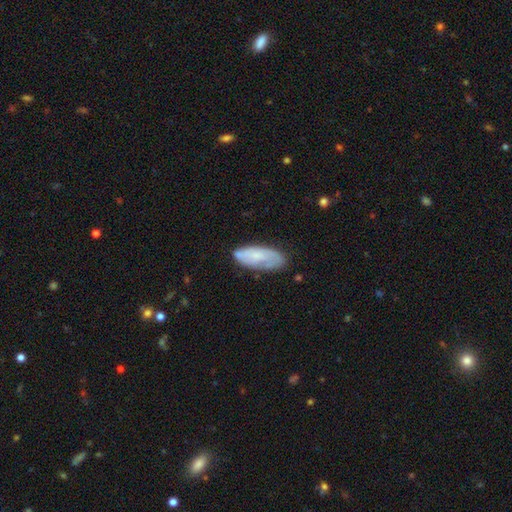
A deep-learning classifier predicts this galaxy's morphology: A smooth galaxy with no disk features (57%) that is in between round and cigar-shaped (78%).

Vote fractions:
- Smooth or featured? smooth: 57% / featured or disk: 36% / star or artifact: 7%
- How rounded? in between: 78% / cigar-shaped: 20% / round: 2%
- Merging? none: 66% / minor disturbance: 25% / major disturbance: 6% / merger: 3%